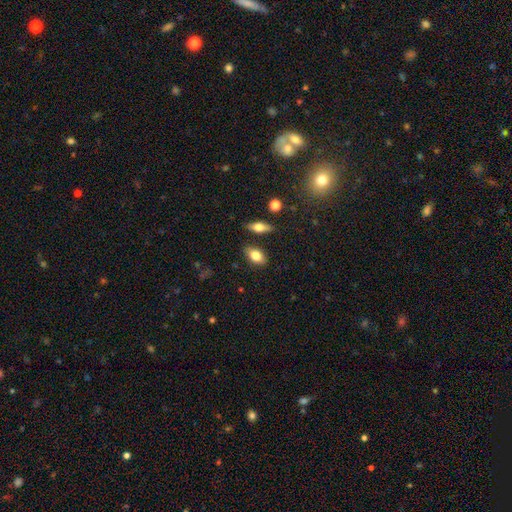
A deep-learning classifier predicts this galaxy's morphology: type=smooth (80%); roundness=in between (87%); merging=none (80%).